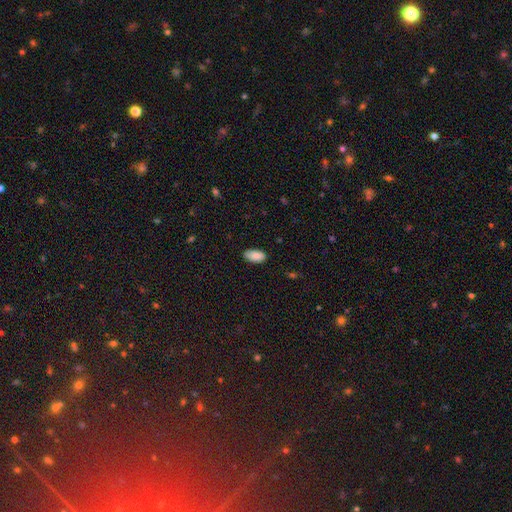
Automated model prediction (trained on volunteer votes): smooth-or-featured: smooth: 88% | star or artifact: 7% | featured or disk: 5%
  how-rounded: in between: 94% | cigar-shaped: 3% | round: 2%
  merging: none: 83% | minor disturbance: 13% | major disturbance: 2% | merger: 1%